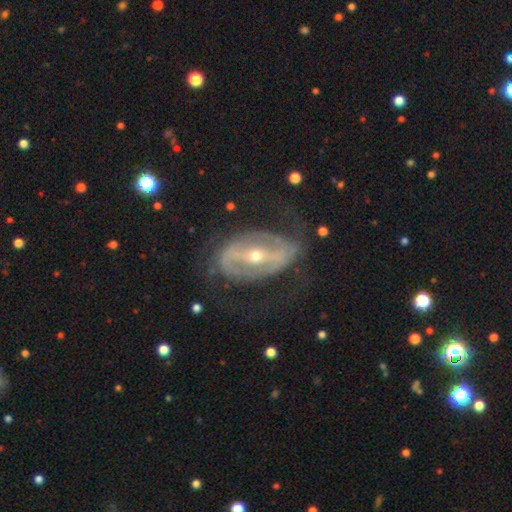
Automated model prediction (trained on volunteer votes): A featured or disk galaxy (84%) with a strong bar (67%), spiral arms (64%) and a small central bulge (60%). Merging: none (58%).